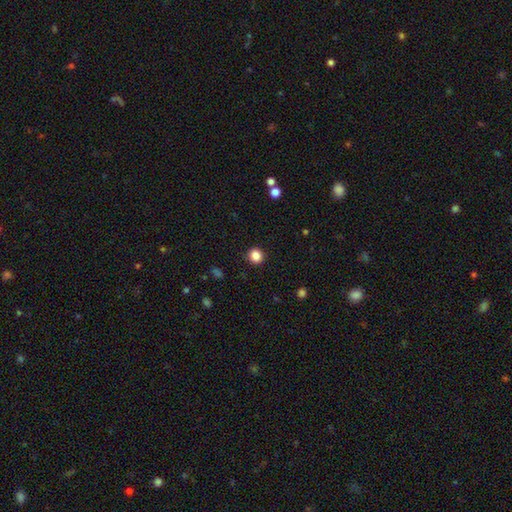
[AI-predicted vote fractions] A smooth galaxy with no disk features (85%) that is round (87%). Merging: none (91%).